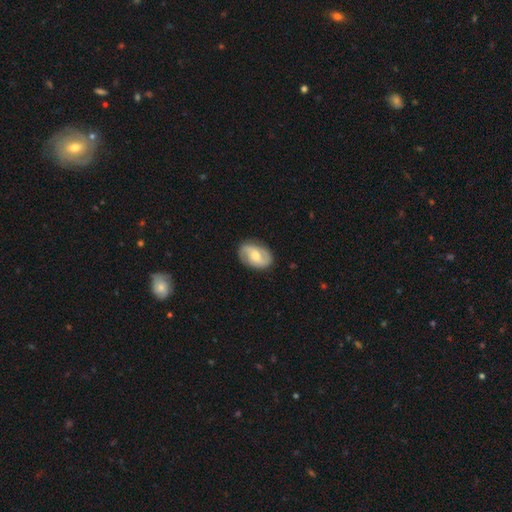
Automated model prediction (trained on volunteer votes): Q: Smooth or featured?
A: featured or disk (74%); runner-up: smooth (20%)
Q: Edge-on disk?
A: no (97%); runner-up: yes (3%)
Q: Bar?
A: weak (45%); runner-up: no (38%)
Q: Spiral arms?
A: yes (92%); runner-up: no (8%)
Q: Spiral winding?
A: medium (47%); runner-up: loose (28%)
Q: Spiral arm count?
A: 2 (90%); runner-up: can't tell (5%)
Q: Bulge size?
A: moderate (58%); runner-up: small (35%)
Q: Merging?
A: none (84%); runner-up: minor disturbance (12%)